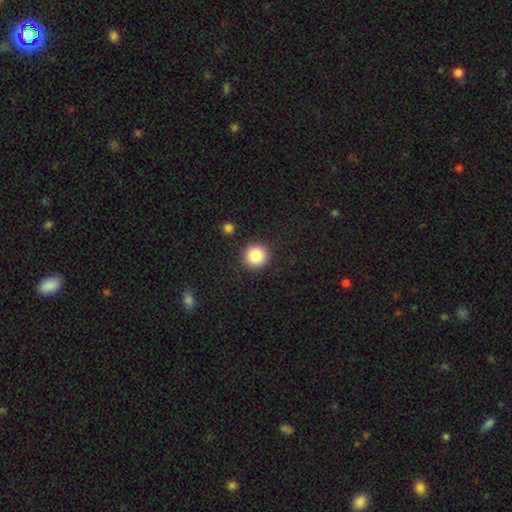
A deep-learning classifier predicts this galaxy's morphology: type=smooth (86%); roundness=round (96%); merging=none (91%).